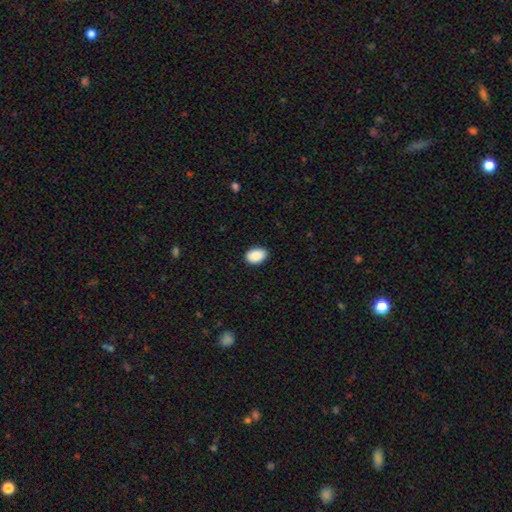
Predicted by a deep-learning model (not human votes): Morphology: type=smooth (90%); roundness=in between (85%); merging=none (89%).